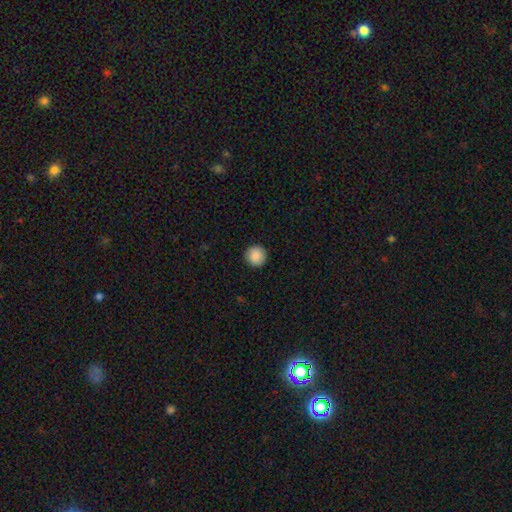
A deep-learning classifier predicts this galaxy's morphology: This is clearly a smooth galaxy (88%). How rounded: clearly round (96%). Merging: clearly none (92%).